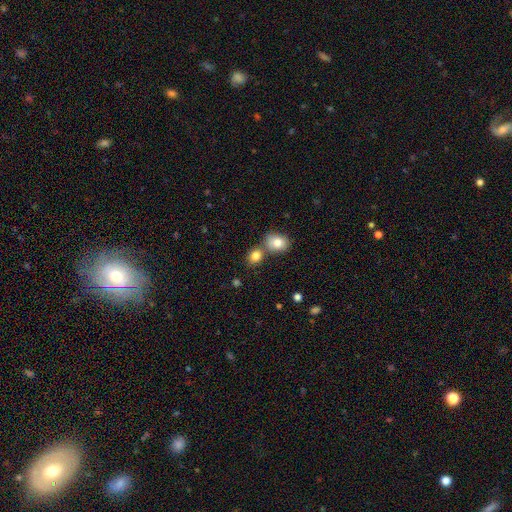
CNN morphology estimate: A smooth galaxy with no disk features (83%) that is round (55%).

Vote fractions:
- Smooth or featured? smooth: 83% / star or artifact: 10% / featured or disk: 7%
- How rounded? round: 55% / in between: 44% / cigar-shaped: 1%
- Merging? none: 53% / merger: 35% / minor disturbance: 9% / major disturbance: 3%